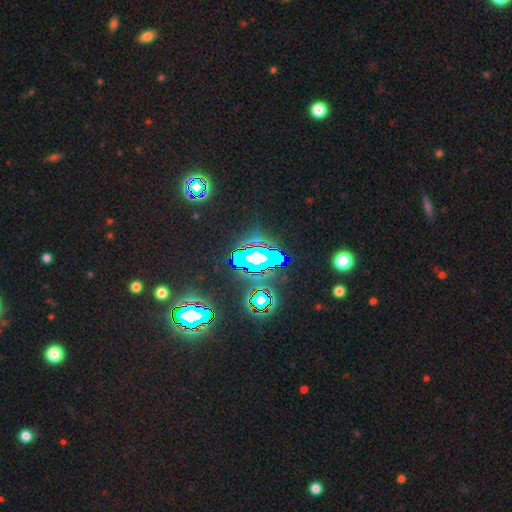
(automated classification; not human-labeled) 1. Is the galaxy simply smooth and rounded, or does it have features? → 74% star or artifact, 15% featured or disk, 11% smooth.